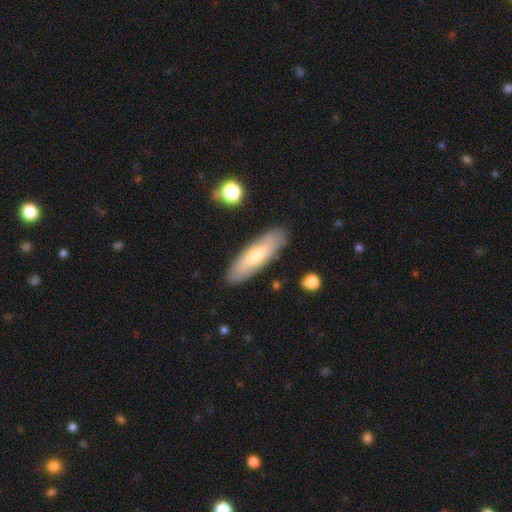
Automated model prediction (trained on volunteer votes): Smooth or featured?
  - smooth: 58% *
  - featured or disk: 36%
  - star or artifact: 6%
How rounded?
  - cigar-shaped: 56% *
  - in between: 42%
  - round: 2%
Merging?
  - none: 87% *
  - minor disturbance: 9%
  - major disturbance: 2%
  - merger: 2%